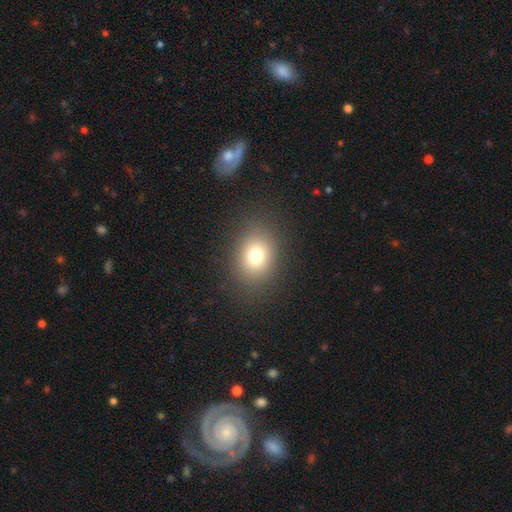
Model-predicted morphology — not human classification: This is likely a smooth galaxy (75%). How rounded: possibly round (50%). Merging: clearly none (86%).